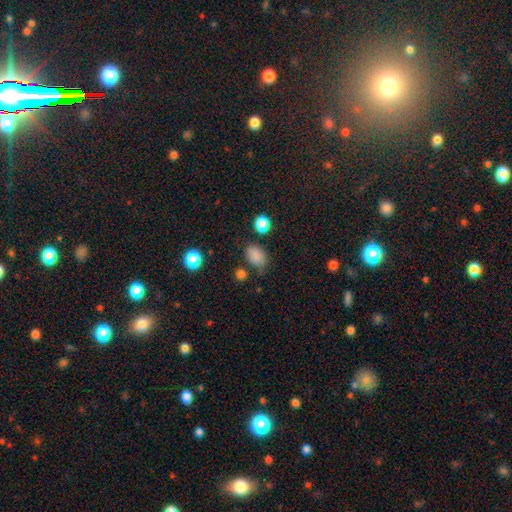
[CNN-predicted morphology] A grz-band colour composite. It shows a smooth galaxy with no disk features (82%) that is in between round and cigar-shaped (77%). Merging: none (64%).